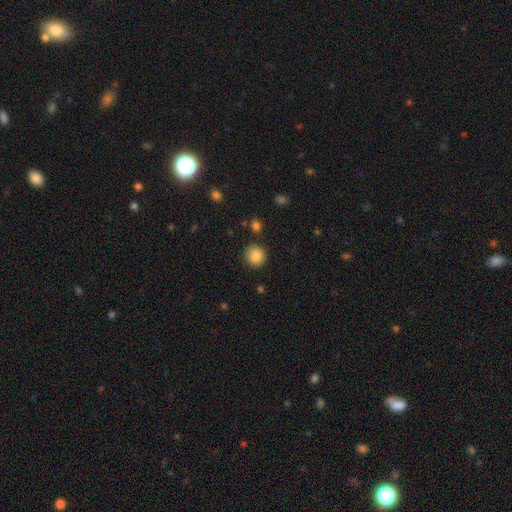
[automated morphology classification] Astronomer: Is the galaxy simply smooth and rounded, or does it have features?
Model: smooth — 86%.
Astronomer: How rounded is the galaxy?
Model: round — 92%.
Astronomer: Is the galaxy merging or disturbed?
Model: none — 89%.